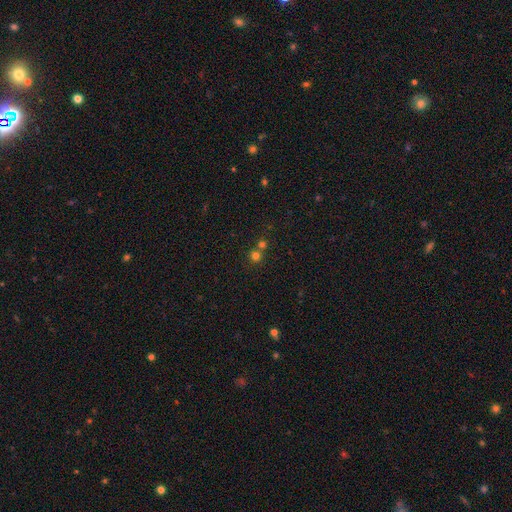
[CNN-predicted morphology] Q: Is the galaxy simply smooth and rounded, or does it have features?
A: smooth — 70%.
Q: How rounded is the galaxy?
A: round — 91%.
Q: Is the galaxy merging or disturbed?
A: none — 56%.